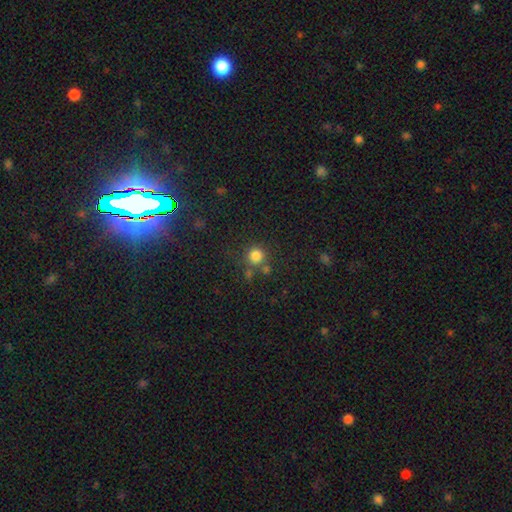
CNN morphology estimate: Smooth or featured? smooth (81%)
How rounded? round (93%)
Merging? none (73%)